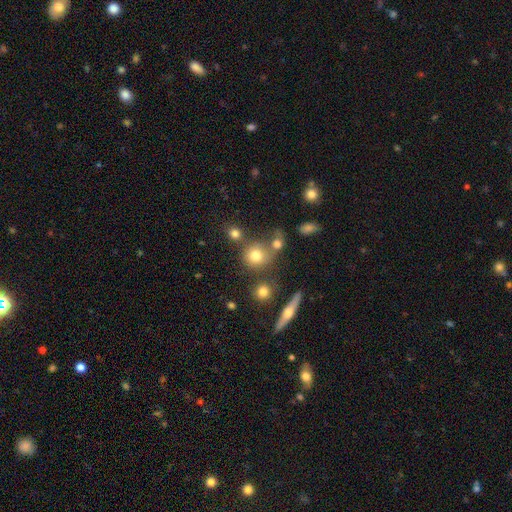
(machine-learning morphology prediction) Q: Smooth or featured?
A: smooth (74%); runner-up: star or artifact (13%)
Q: How rounded?
A: round (83%); runner-up: in between (15%)
Q: Merging?
A: none (56%); runner-up: merger (25%)